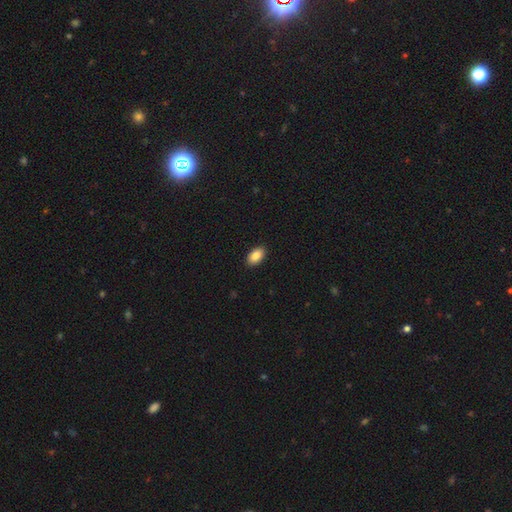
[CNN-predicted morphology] Smooth or featured: smooth — 87% (star or artifact — 7%)
How rounded: in between — 94% (round — 5%)
Merging: none — 91% (minor disturbance — 7%)